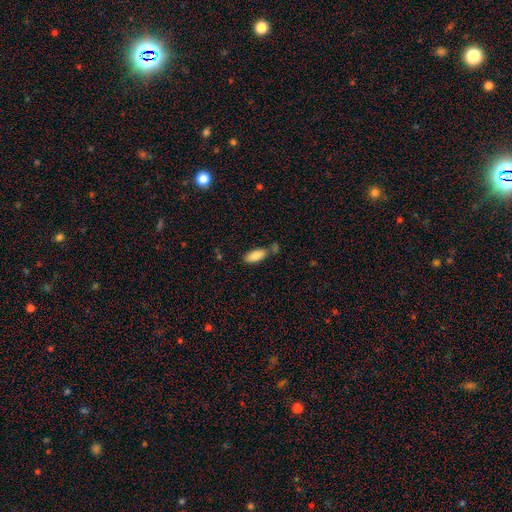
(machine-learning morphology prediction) Smooth or featured? smooth (86%)
How rounded? in between (83%)
Merging? none (64%)